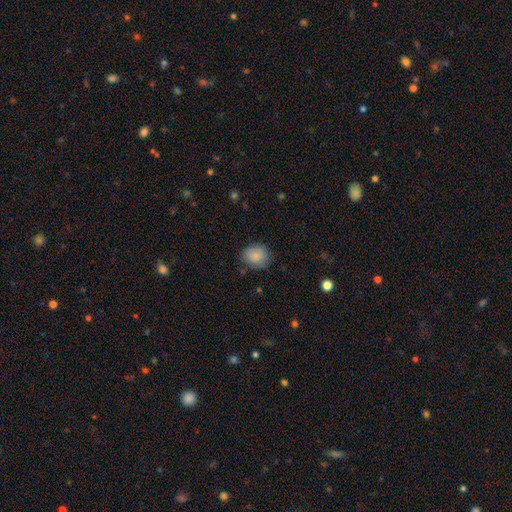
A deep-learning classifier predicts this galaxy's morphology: Smooth or featured? smooth (87%)
How rounded? round (64%)
Merging? none (77%)